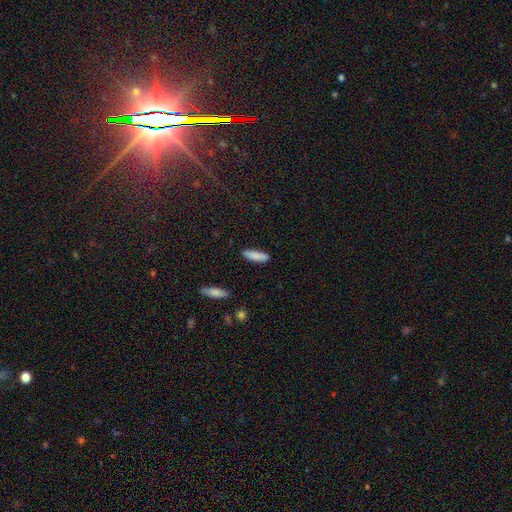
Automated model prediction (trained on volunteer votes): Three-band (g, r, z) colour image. It shows a smooth galaxy with no disk features (86%) that is cigar-shaped (63%). Merging: none (86%).